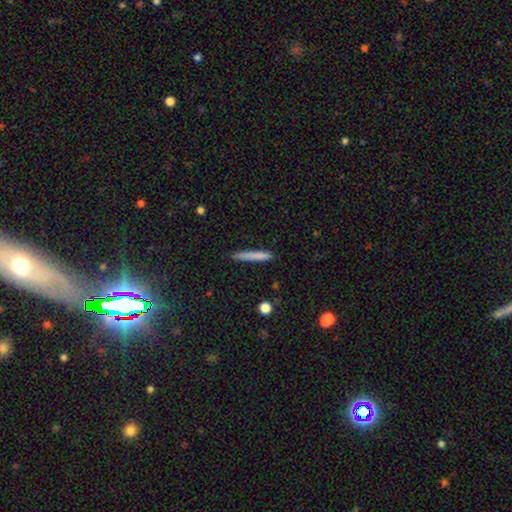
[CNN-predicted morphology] A smooth galaxy with no disk features (78%) that is cigar-shaped (95%).

Vote fractions:
- Smooth or featured? smooth: 78% / featured or disk: 15% / star or artifact: 7%
- How rounded? cigar-shaped: 95% / in between: 4% / round: 1%
- Merging? none: 85% / minor disturbance: 11% / major disturbance: 2% / merger: 2%